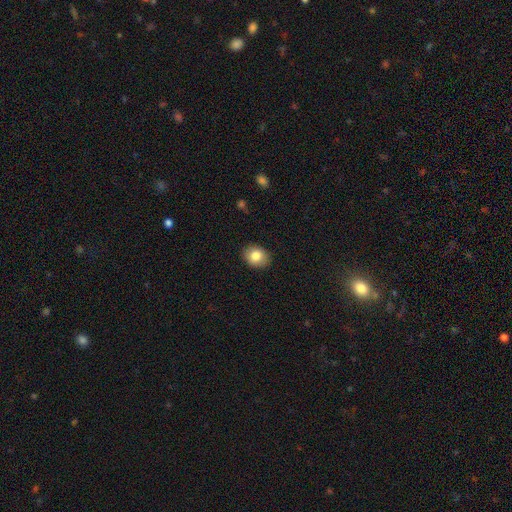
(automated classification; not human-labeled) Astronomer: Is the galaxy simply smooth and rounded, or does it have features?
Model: smooth — 83%.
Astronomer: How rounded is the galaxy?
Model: in between — 51% (runner-up: round, 48%).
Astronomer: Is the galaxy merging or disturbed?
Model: none — 88%.